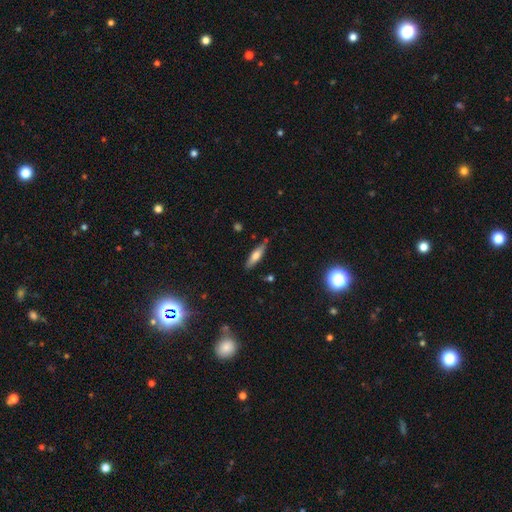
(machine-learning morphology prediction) Smooth or featured? Predicted: smooth (p=0.61). How rounded? Predicted: cigar-shaped (p=0.65). Merging? Predicted: none (p=0.79).